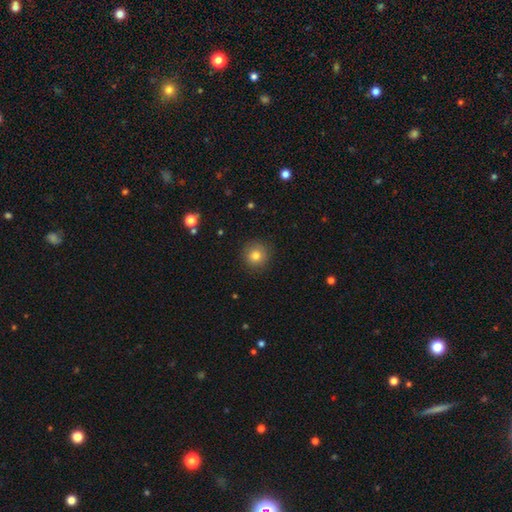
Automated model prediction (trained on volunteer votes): This is likely a smooth galaxy (79%). How rounded: clearly round (95%). Merging: clearly none (90%).